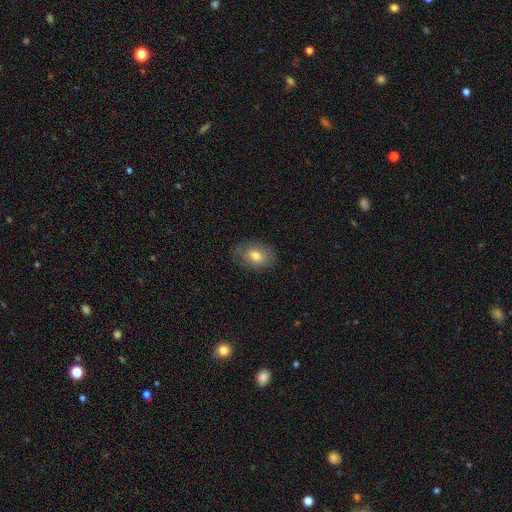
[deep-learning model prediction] Overall: smooth (74%). How rounded: in between (79%). Merging: none (78%).